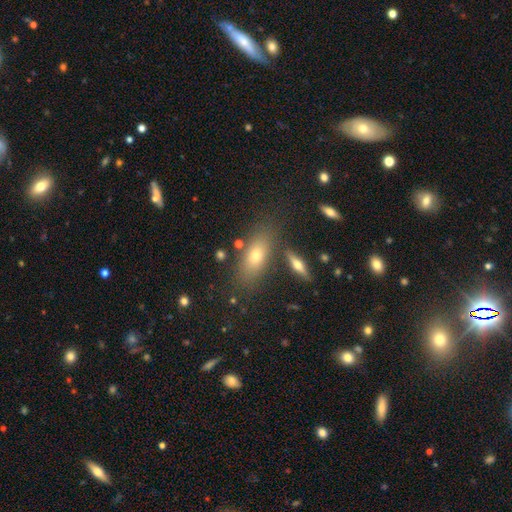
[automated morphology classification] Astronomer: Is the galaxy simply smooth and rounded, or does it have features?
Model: smooth — 67%.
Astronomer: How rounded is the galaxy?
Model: in between — 77%.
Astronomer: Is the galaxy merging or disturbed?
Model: none — 75%.